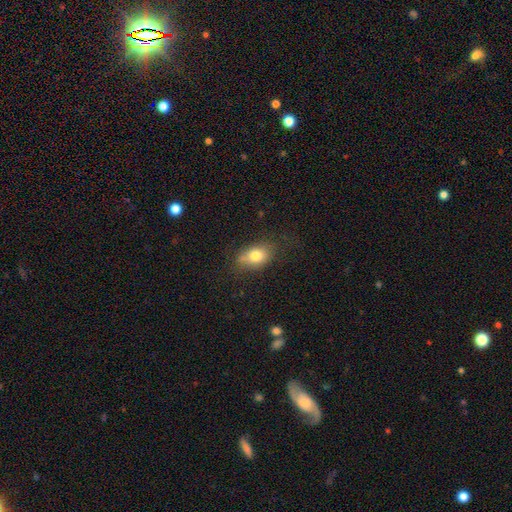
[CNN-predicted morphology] Smooth or featured?
  - smooth: 77% *
  - featured or disk: 14%
  - star or artifact: 9%
How rounded?
  - in between: 80% *
  - round: 17%
  - cigar-shaped: 3%
Merging?
  - none: 62% *
  - minor disturbance: 26%
  - major disturbance: 9%
  - merger: 3%